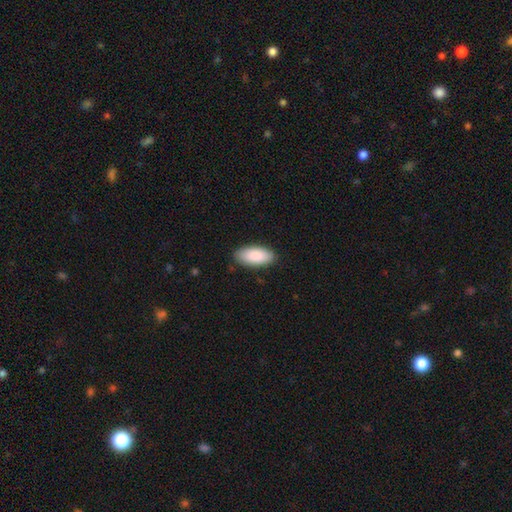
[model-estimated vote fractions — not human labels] This is clearly a smooth galaxy (89%). How rounded: clearly in between (92%). Merging: clearly none (88%).